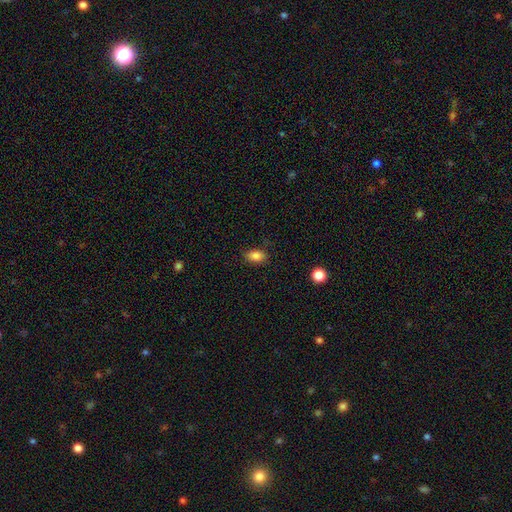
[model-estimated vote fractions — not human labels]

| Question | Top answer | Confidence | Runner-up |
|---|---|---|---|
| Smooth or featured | smooth | 85% | star or artifact (10%) |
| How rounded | in between | 86% | round (11%) |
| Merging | none | 83% | minor disturbance (13%) |